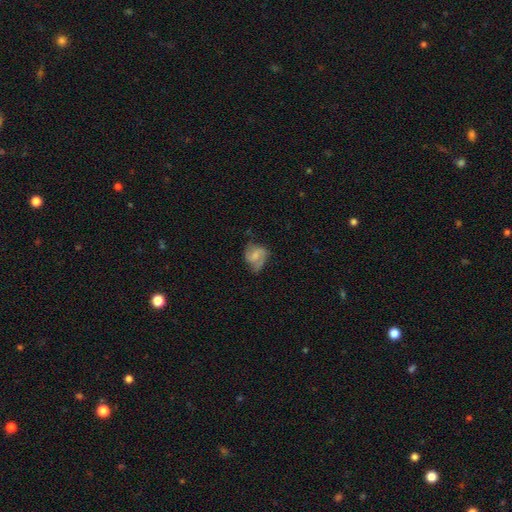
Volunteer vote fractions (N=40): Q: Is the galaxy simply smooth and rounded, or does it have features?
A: featured or disk — 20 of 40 (50%).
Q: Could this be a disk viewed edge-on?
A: no — 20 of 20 (100%).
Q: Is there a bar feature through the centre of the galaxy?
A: no — 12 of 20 (60%).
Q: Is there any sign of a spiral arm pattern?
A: yes — 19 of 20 (95%).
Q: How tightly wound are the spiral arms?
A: medium — 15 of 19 (79%).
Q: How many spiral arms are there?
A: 2 — 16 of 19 (84%).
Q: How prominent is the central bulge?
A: small — 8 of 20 (40%).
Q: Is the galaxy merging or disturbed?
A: none — 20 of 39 (51%).